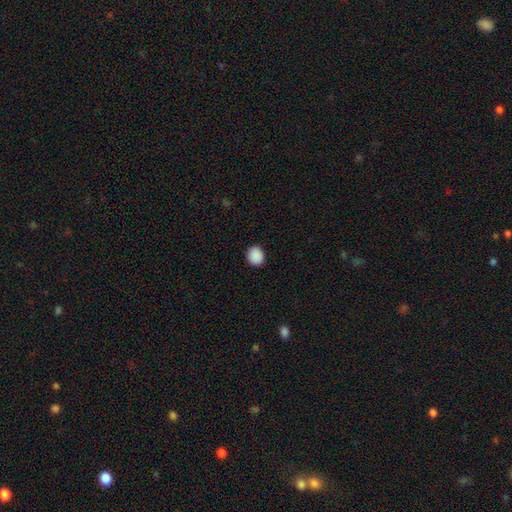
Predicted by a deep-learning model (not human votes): A smooth galaxy with no disk features (90%) that is round (76%). Merging: none (91%).